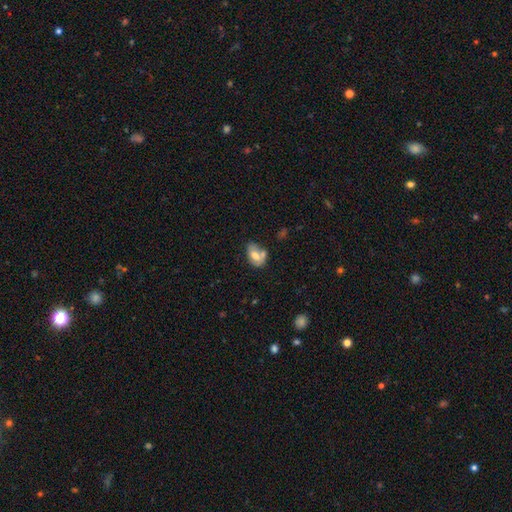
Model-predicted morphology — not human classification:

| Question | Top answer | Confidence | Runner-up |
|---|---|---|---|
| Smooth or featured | smooth | 64% | featured or disk (28%) |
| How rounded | in between | 83% | round (16%) |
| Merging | merger | 35% | none (32%) |